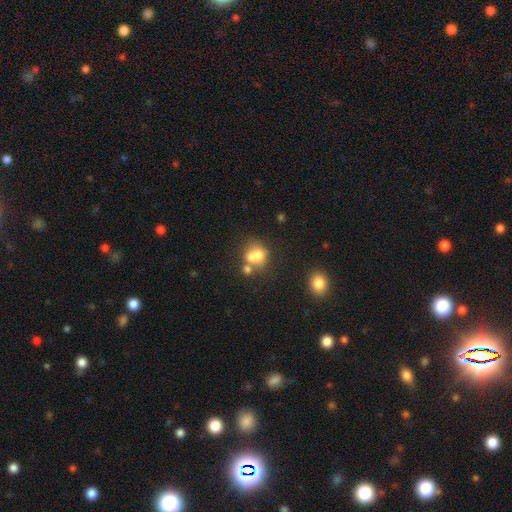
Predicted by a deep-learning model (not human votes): Smooth or featured: smooth — 66% (featured or disk — 22%)
How rounded: round — 72% (in between — 27%)
Merging: merger — 52% (none — 33%)